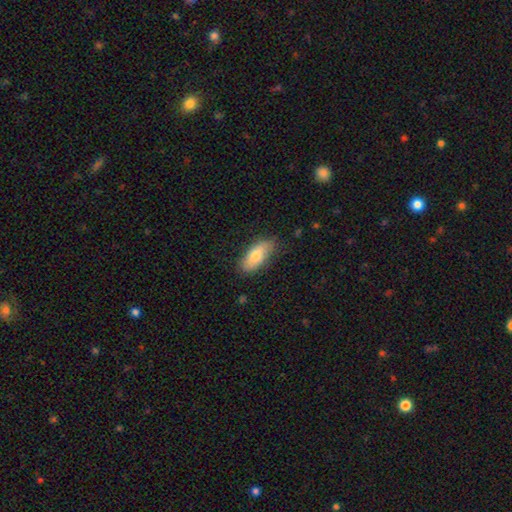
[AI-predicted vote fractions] Smooth or featured? Predicted: smooth (p=0.76). How rounded? Predicted: in between (p=0.82). Merging? Predicted: none (p=0.77).